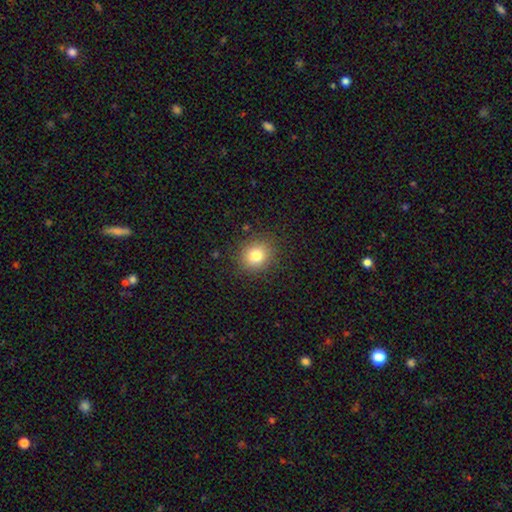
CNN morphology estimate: This appears to be a smooth galaxy with no disk features (80%) that is round (79%). Merging: none (88%).